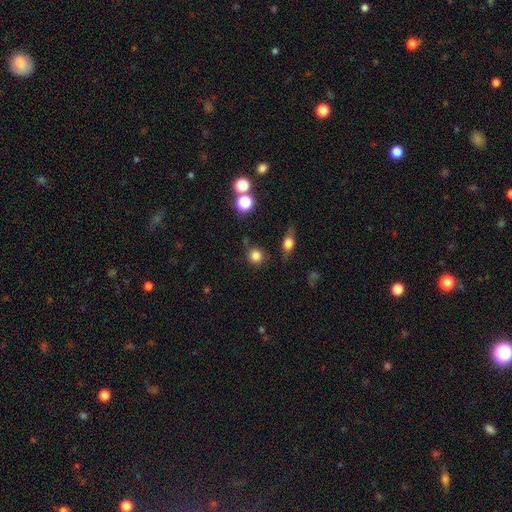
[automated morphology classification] type=smooth (81%); roundness=round (91%); merging=none (80%).